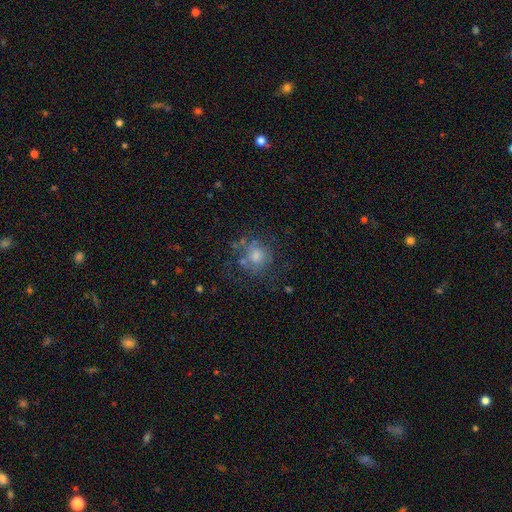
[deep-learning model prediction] Smooth or featured?
  - smooth: 50% *
  - featured or disk: 33%
  - star or artifact: 17%
Merging?
  - none: 63% *
  - minor disturbance: 17%
  - major disturbance: 14%
  - merger: 5%